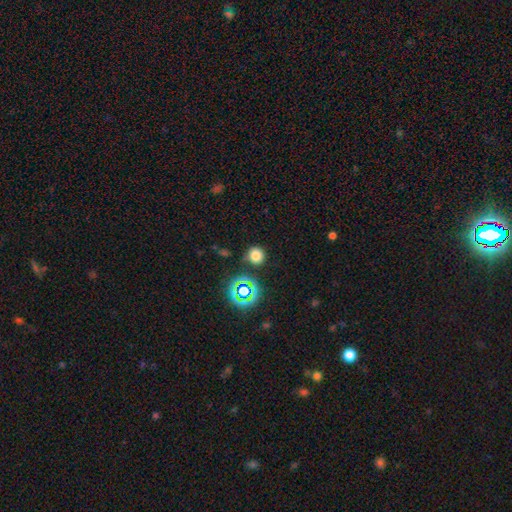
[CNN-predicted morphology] Smooth or featured?
  - smooth: 73% *
  - star or artifact: 21%
  - featured or disk: 6%
How rounded?
  - round: 91% *
  - in between: 8%
  - cigar-shaped: 1%
Merging?
  - none: 82% *
  - minor disturbance: 10%
  - merger: 4%
  - major disturbance: 4%